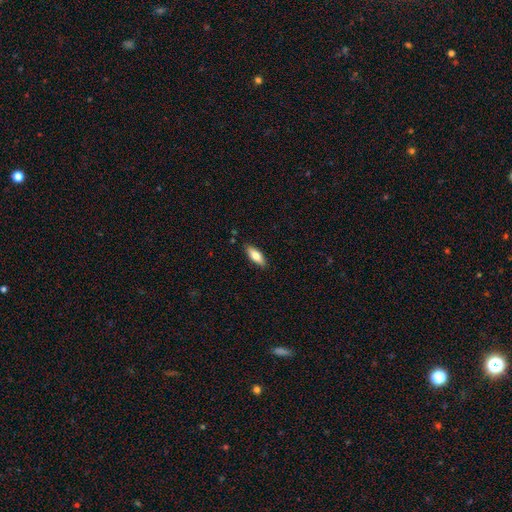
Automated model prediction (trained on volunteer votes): The model was most divided on "how rounded": in between: 70%, cigar-shaped: 28%, round: 2%. More confident: merging — none (87%); smooth or featured — smooth (74%).